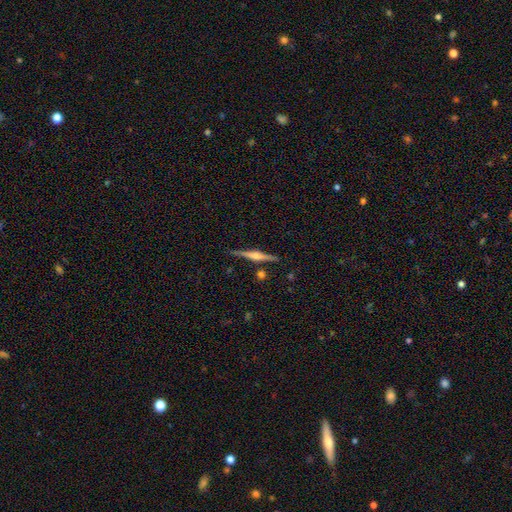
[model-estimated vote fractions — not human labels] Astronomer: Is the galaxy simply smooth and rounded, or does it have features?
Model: featured or disk — 75%.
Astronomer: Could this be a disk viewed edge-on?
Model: yes — 98%.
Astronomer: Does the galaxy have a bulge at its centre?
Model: rounded — 78%.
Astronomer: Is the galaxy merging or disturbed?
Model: none — 88%.